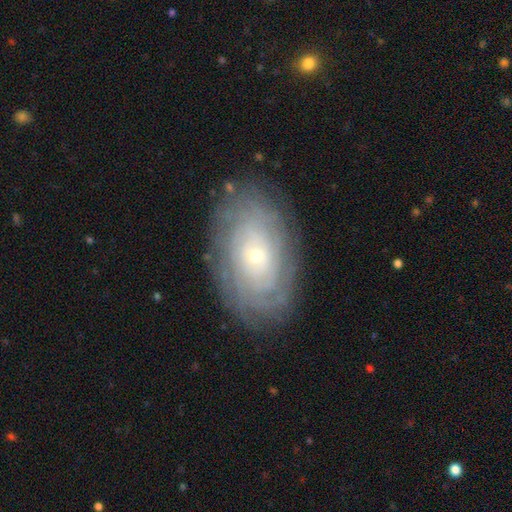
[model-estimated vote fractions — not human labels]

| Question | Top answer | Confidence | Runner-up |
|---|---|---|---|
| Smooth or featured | featured or disk | 75% | smooth (18%) |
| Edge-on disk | no | 94% | yes (6%) |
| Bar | no | 81% | weak (15%) |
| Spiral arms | yes | 87% | no (13%) |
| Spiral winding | tight | 84% | medium (12%) |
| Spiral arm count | can't tell | 55% | more than 4 (14%) |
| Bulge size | small | 73% | moderate (23%) |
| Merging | none | 83% | minor disturbance (12%) |